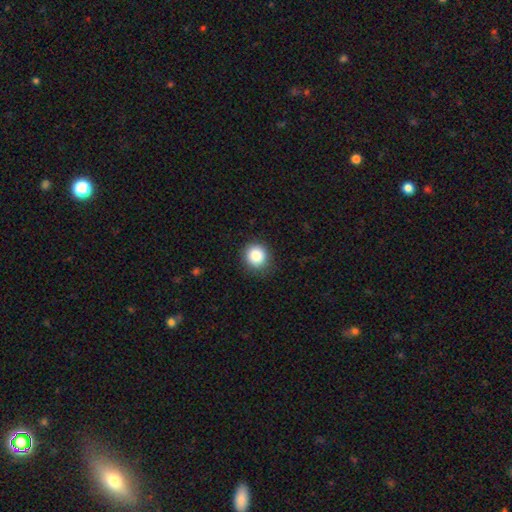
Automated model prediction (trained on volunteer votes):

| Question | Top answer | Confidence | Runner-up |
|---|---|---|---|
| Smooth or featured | smooth | 86% | star or artifact (10%) |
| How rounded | round | 88% | in between (12%) |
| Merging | none | 87% | minor disturbance (10%) |